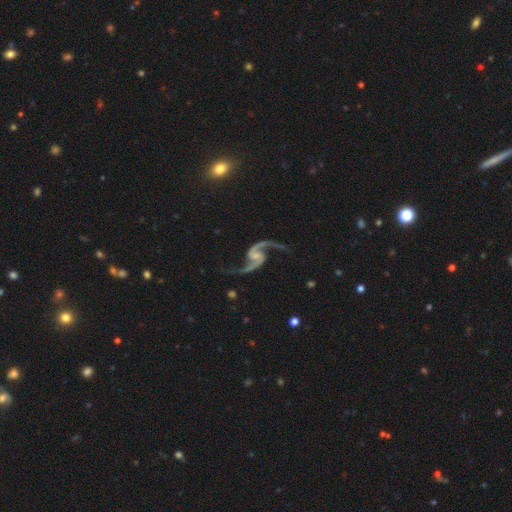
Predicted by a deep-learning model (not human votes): smooth-or-featured: featured or disk: 94% | star or artifact: 4% | smooth: 2%
  disk-edge-on: no: 98% | yes: 2%
    bar: no: 47% | weak: 39% | strong: 14%
    has-spiral-arms: yes: 98% | no: 2%
      spiral-winding: loose: 75% | medium: 21% | tight: 4%
      spiral-arm-count: 2: 95% | 1: 1% | can't tell: 1% | 3: 1% | 4: 1% | more than 4: 1%
    bulge-size: none: 45% | small: 33% | moderate: 17% | large: 4% | dominant: 2%
  merging: none: 75% | minor disturbance: 15% | major disturbance: 8% | merger: 3%